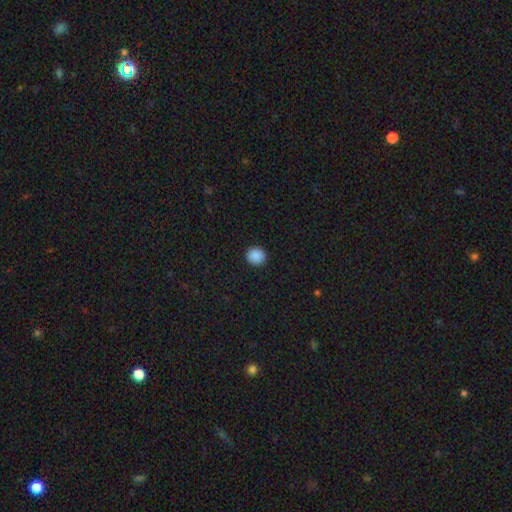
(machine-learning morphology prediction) type=smooth (89%); roundness=round (88%); merging=none (92%).